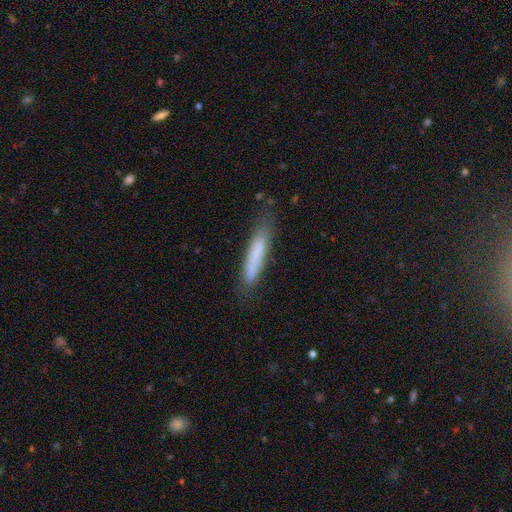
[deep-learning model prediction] Smooth or featured? Predicted: smooth (p=0.74). How rounded? Predicted: cigar-shaped (p=0.90). Merging? Predicted: none (p=0.75).